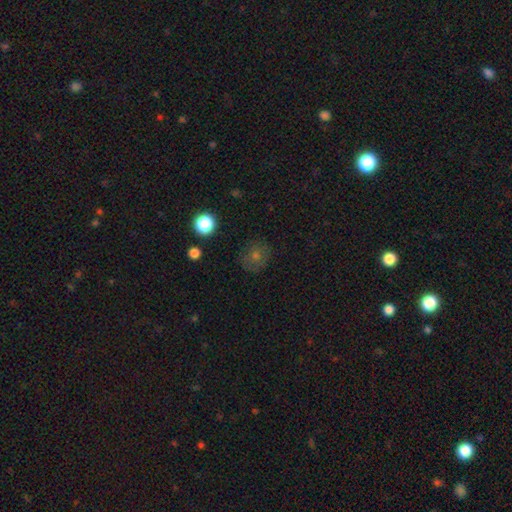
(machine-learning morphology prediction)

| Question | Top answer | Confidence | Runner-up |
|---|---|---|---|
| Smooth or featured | smooth | 65% | star or artifact (21%) |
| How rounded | round | 86% | in between (13%) |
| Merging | none | 82% | minor disturbance (12%) |